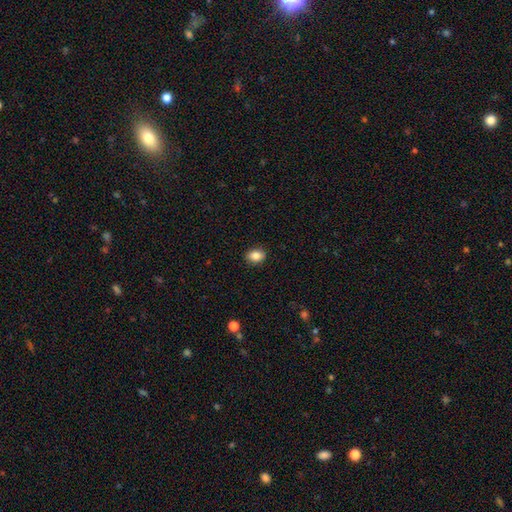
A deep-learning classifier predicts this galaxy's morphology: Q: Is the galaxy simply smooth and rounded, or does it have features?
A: smooth — 85%.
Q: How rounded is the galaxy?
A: in between — 65%.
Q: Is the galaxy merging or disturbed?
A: none — 89%.